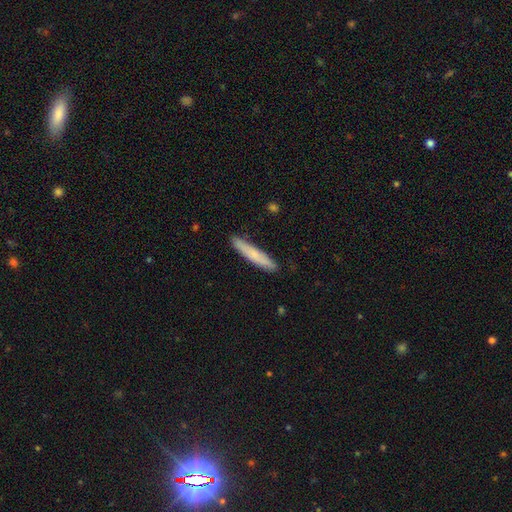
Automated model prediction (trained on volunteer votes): This appears to be a smooth galaxy with no disk features (72%) that is cigar-shaped (92%). Merging: none (87%).